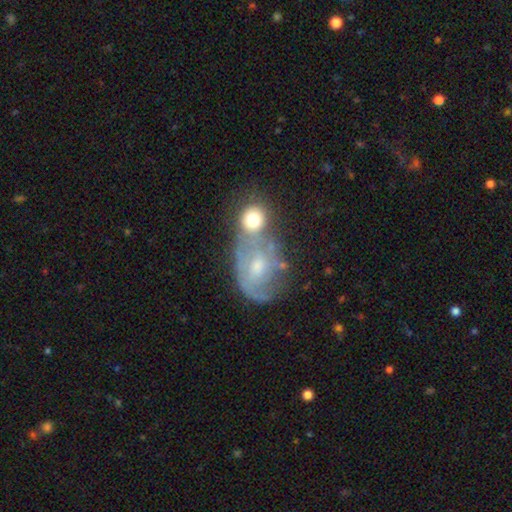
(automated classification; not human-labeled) Smooth or featured? featured or disk (68%)
Edge-on disk? no (96%)
Bar? no (62%)
Spiral arms? yes (79%)
Spiral winding? tight (56%)
Spiral arm count? 2 (43%)
Bulge size? small (53%)
Merging? merger (40%)